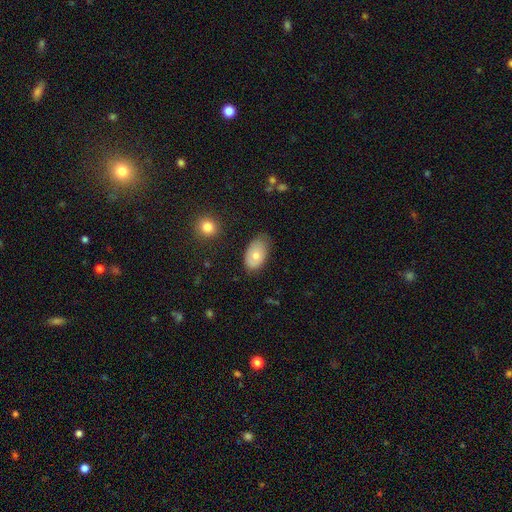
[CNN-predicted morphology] Smooth or featured? Predicted: smooth (p=0.73). How rounded? Predicted: in between (p=0.91). Merging? Predicted: none (p=0.62).